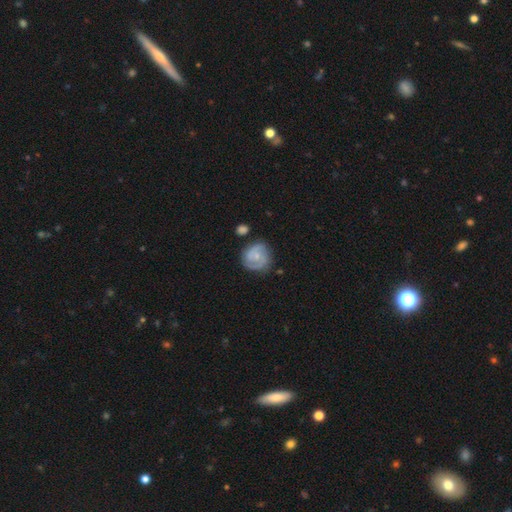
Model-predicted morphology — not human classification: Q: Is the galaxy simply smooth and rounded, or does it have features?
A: featured or disk — 72%.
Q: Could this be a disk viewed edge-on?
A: no — 98%.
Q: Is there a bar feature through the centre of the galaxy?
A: no — 65%.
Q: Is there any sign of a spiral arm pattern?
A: yes — 92%.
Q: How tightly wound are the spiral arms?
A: tight — 51%.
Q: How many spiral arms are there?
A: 2 — 69%.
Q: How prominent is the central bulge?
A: small — 64%.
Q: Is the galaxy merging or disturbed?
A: none — 74%.